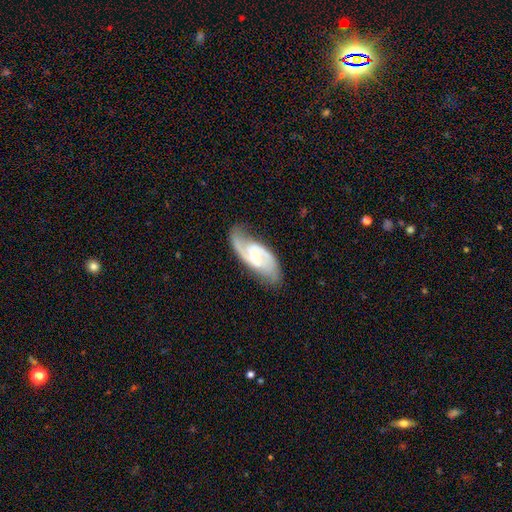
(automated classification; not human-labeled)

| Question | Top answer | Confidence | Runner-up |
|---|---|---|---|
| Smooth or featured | featured or disk | 88% | smooth (7%) |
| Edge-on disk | no | 95% | yes (5%) |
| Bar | no | 50% | weak (41%) |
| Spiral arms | yes | 97% | no (3%) |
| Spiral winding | medium | 53% | tight (30%) |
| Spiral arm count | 2 | 86% | can't tell (5%) |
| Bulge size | small | 56% | moderate (40%) |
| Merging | none | 75% | minor disturbance (17%) |